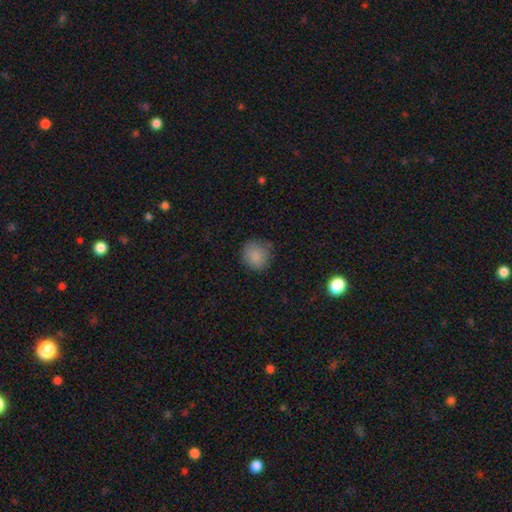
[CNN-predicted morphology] Smooth or featured?
  - smooth: 85% *
  - star or artifact: 9%
  - featured or disk: 6%
How rounded?
  - round: 90% *
  - in between: 9%
  - cigar-shaped: 1%
Merging?
  - none: 74% *
  - minor disturbance: 19%
  - major disturbance: 5%
  - merger: 2%